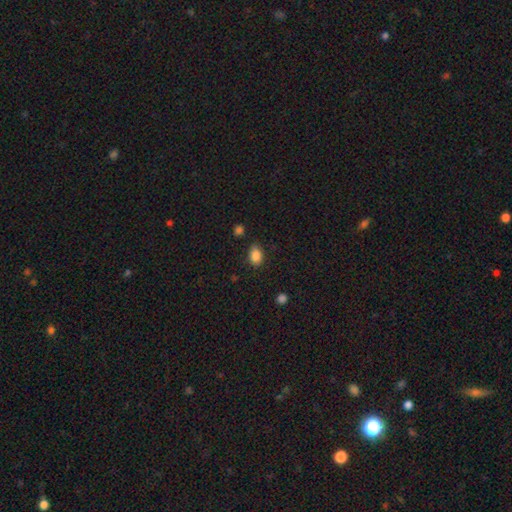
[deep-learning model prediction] Overall: smooth (86%). How rounded: in between (70%). Merging: none (76%).